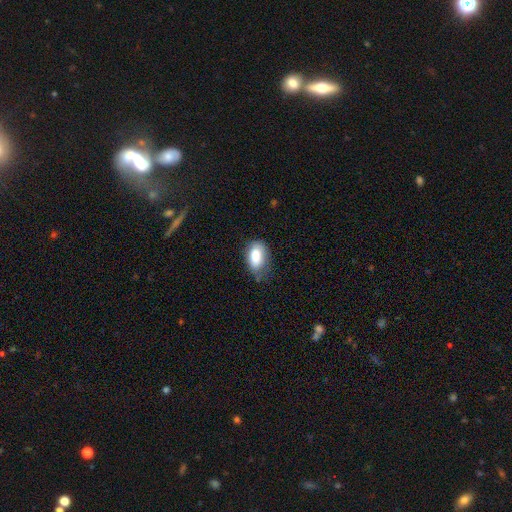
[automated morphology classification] Smooth or featured: smooth — 81% (featured or disk — 12%)
How rounded: in between — 89% (round — 9%)
Merging: none — 53% (minor disturbance — 35%)